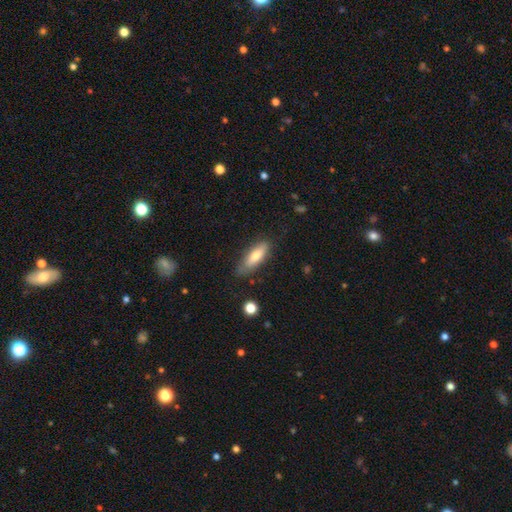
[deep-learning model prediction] smooth 72%, featured or disk 21%, star or artifact 6%. Down the decision tree: how rounded — in between (58%); merging — none (75%).